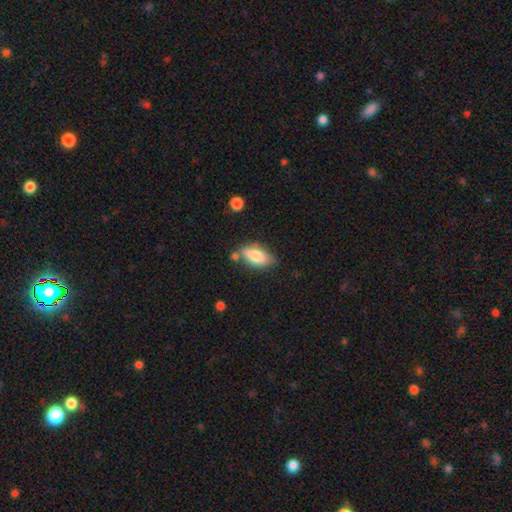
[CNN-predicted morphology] smooth_or_featured: smooth (p=0.74) [alt: featured or disk p=0.19]
how_rounded: in between (p=0.85) [alt: cigar-shaped p=0.12]
merging: none (p=0.68) [alt: minor disturbance p=0.19]